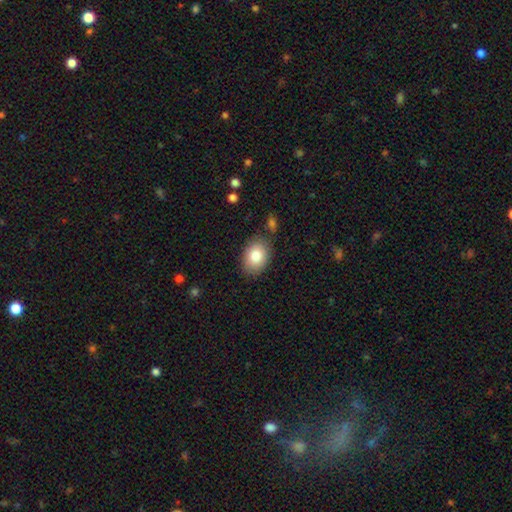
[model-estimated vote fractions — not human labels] smooth_or_featured: smooth (p=0.84) [alt: featured or disk p=0.09]
how_rounded: in between (p=0.79) [alt: round p=0.20]
merging: none (p=0.80) [alt: minor disturbance p=0.13]